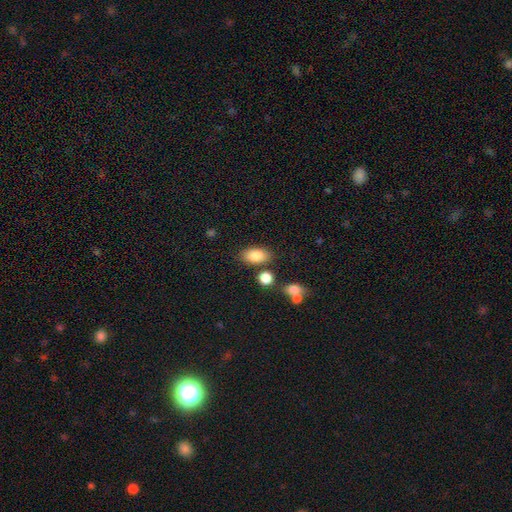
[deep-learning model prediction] Smooth or featured? smooth (85%)
How rounded? in between (90%)
Merging? none (77%)